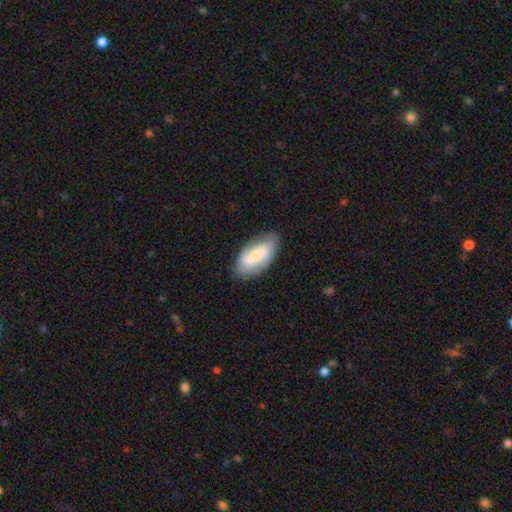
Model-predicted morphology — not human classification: type=featured or disk (47%); merging=none (75%).